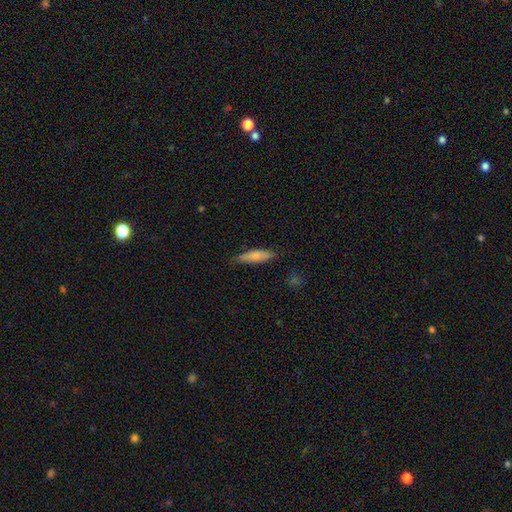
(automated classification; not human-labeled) Smooth or featured? smooth (77%)
How rounded? cigar-shaped (64%)
Merging? none (75%)